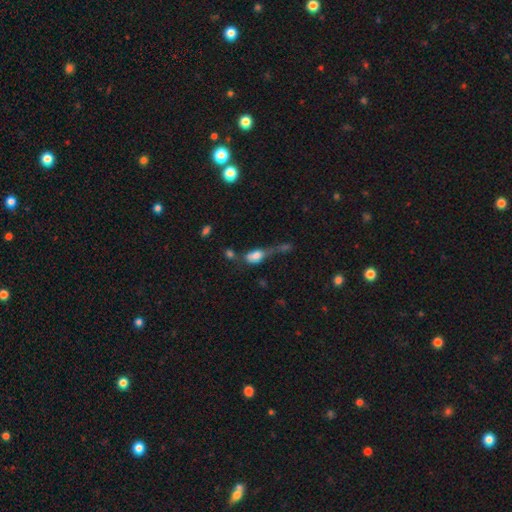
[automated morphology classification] Smooth or featured: smooth — 67% (featured or disk — 22%)
How rounded: in between — 75% (round — 15%)
Merging: merger — 36% (major disturbance — 33%)